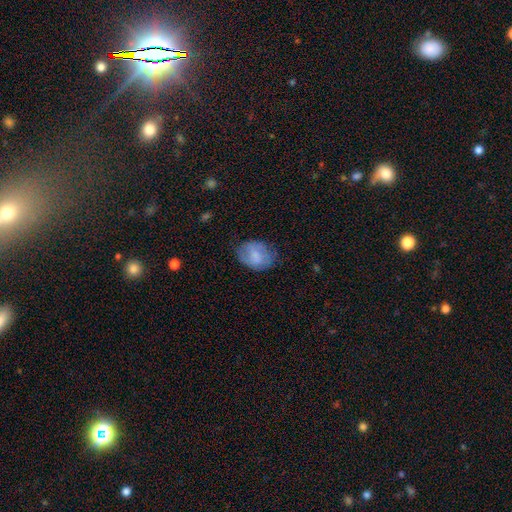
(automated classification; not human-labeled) Morphology: type=smooth (69%); roundness=in between (72%); merging=none (65%).